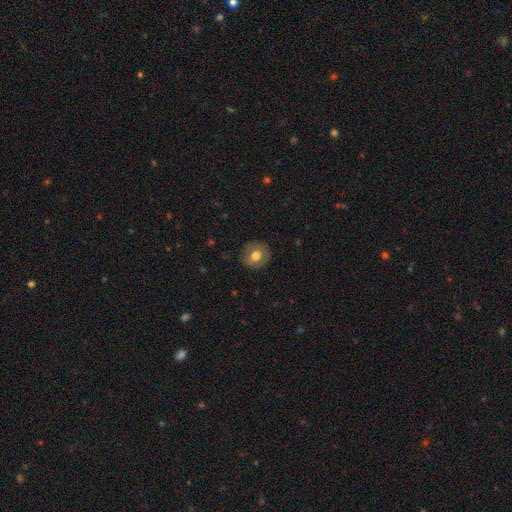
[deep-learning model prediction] Smooth or featured? Predicted: smooth (p=0.69). How rounded? Predicted: round (p=0.85). Merging? Predicted: none (p=0.85).